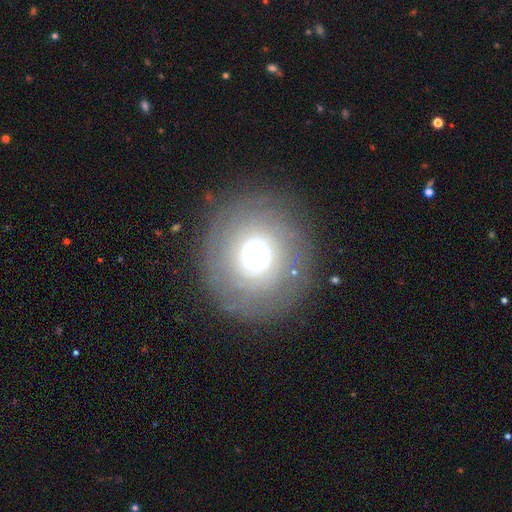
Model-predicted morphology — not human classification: Smooth or featured? featured or disk (59%)
Edge-on disk? no (96%)
Bar? no (88%)
Spiral arms? no (54%)
Bulge size? small (49%)
Merging? none (81%)